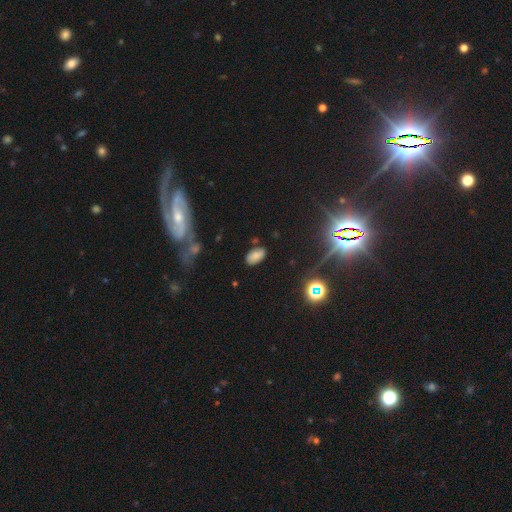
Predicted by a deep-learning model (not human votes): Smooth or featured: smooth — 74% (star or artifact — 16%)
How rounded: in between — 94% (round — 5%)
Merging: none — 80% (minor disturbance — 14%)